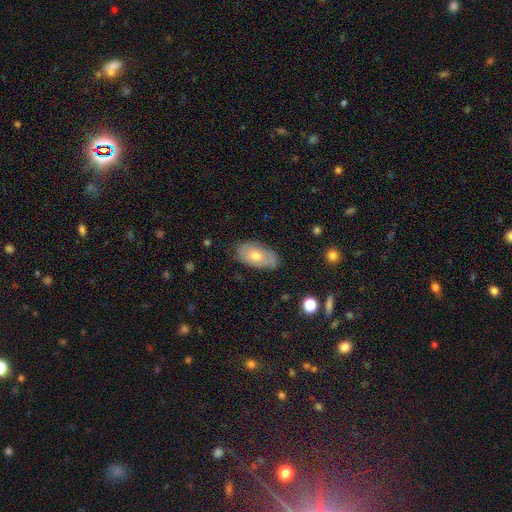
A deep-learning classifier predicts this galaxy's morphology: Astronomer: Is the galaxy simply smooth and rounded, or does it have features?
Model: smooth — 55% (runner-up: featured or disk, 37%).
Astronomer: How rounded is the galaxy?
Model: in between — 93%.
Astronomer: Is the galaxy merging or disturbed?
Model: none — 76%.